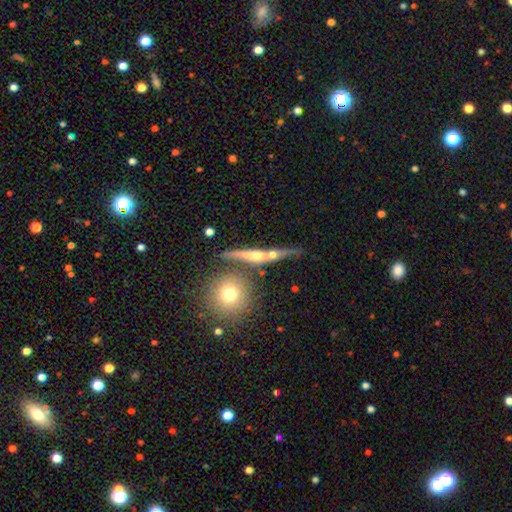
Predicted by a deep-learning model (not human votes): Overall: featured or disk (64%; smooth 26%). Edge-on disk: yes (85%). Edge-on bulge: rounded (84%). Merging: none (62%).